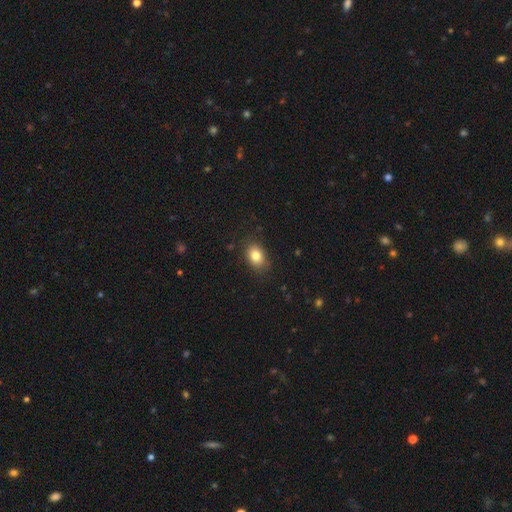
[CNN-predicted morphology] A smooth galaxy with no disk features (83%) that is in between round and cigar-shaped (72%).

Vote fractions:
- Smooth or featured? smooth: 83% / star or artifact: 9% / featured or disk: 8%
- How rounded? in between: 72% / round: 27% / cigar-shaped: 1%
- Merging? none: 84% / minor disturbance: 12% / major disturbance: 3% / merger: 1%